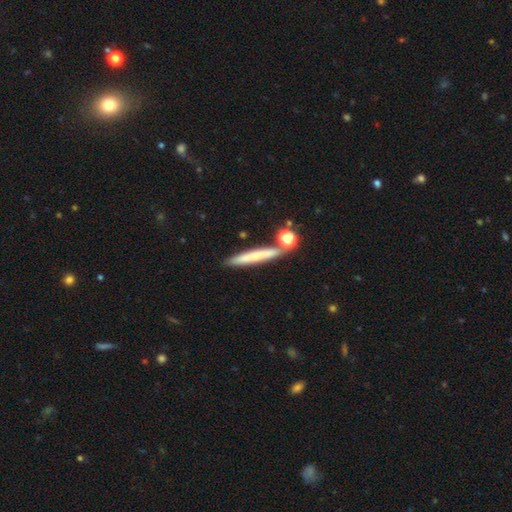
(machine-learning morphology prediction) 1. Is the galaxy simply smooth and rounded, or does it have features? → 61% smooth, 30% featured or disk, 9% star or artifact.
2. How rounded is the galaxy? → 93% cigar-shaped, 5% in between, 3% round.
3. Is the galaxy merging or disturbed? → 78% none, 10% minor disturbance, 8% merger, 3% major disturbance.